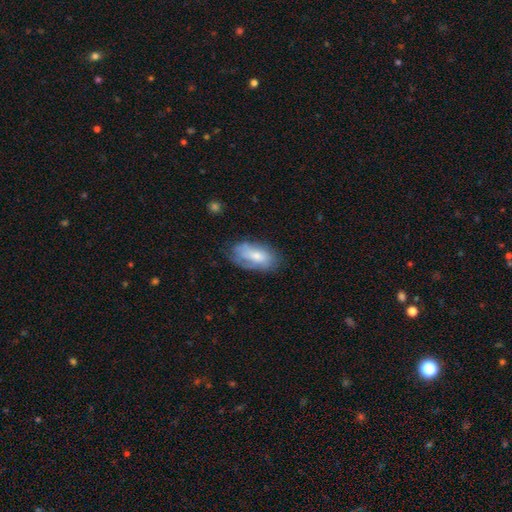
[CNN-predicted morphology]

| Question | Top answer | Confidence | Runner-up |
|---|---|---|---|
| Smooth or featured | smooth | 61% | featured or disk (32%) |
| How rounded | in between | 92% | cigar-shaped (5%) |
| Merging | none | 59% | minor disturbance (28%) |